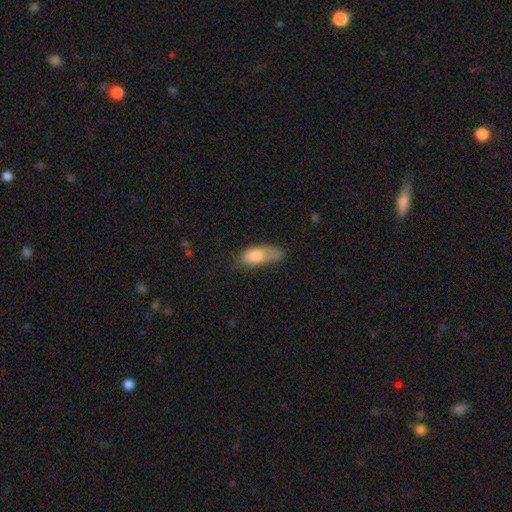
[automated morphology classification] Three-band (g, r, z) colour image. It shows a smooth galaxy with no disk features (78%) that is in between round and cigar-shaped (77%). Merging: minor disturbance (36%).